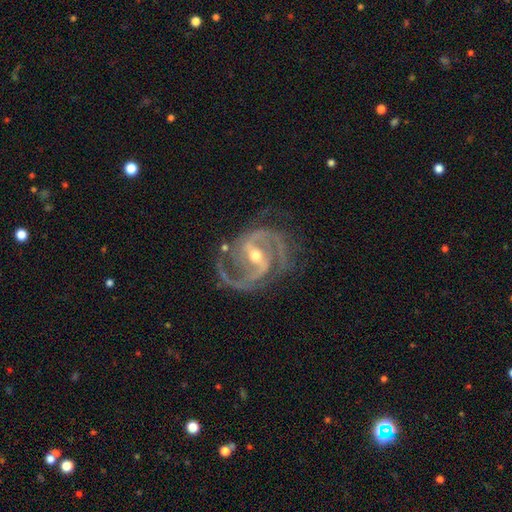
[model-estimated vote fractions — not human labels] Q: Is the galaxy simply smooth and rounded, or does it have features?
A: featured or disk — 93%.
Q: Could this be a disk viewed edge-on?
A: no — 97%.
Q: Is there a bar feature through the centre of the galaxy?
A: strong — 49%.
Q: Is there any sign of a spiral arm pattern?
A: yes — 98%.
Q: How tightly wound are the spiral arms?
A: medium — 58%.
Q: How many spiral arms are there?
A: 2 — 75%.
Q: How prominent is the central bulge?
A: moderate — 59%.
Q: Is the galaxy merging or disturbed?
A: none — 71%.